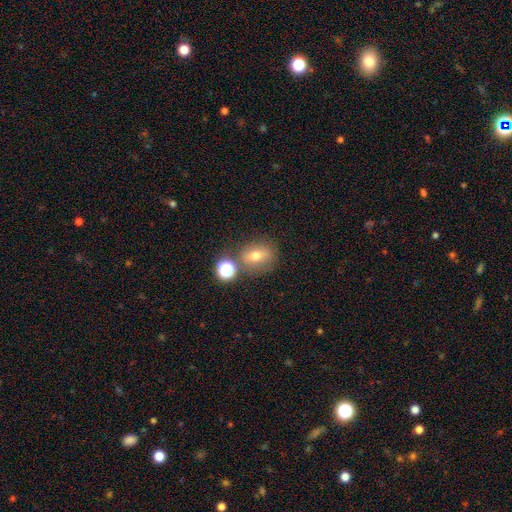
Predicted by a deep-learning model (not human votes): A smooth galaxy with no disk features (58%) that is round (55%).

Vote fractions:
- Smooth or featured? smooth: 58% / featured or disk: 23% / star or artifact: 19%
- How rounded? round: 55% / in between: 42% / cigar-shaped: 2%
- Merging? none: 68% / merger: 15% / minor disturbance: 13% / major disturbance: 5%